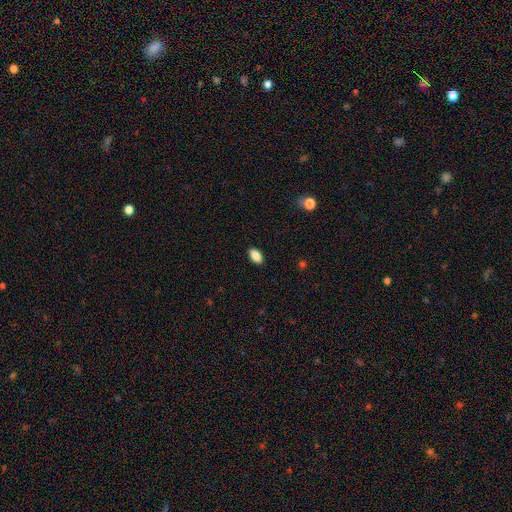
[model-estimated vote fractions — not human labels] smooth-or-featured: smooth: 87% | star or artifact: 8% | featured or disk: 5%
  how-rounded: in between: 92% | round: 4% | cigar-shaped: 4%
  merging: none: 89% | minor disturbance: 8% | major disturbance: 2% | merger: 1%